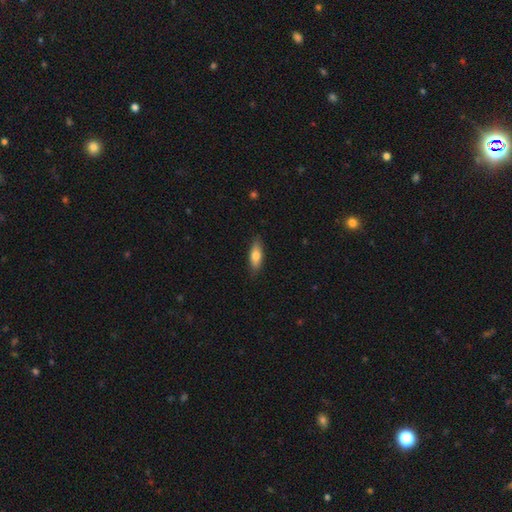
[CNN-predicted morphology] This is likely a smooth galaxy (73%). How rounded: likely in between (60%). Merging: clearly none (84%).